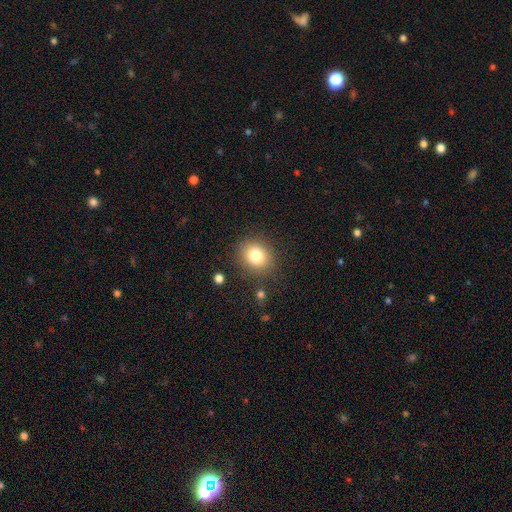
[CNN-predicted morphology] Overall: smooth (80%). How rounded: round (67%; in between 32%). Merging: none (85%).